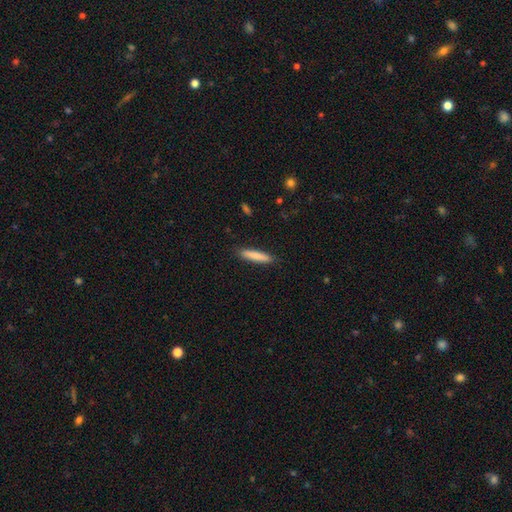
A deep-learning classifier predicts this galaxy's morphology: The model was most divided on "smooth or featured": smooth: 82%, featured or disk: 12%, star or artifact: 6%. More confident: merging — none (89%); how rounded — cigar-shaped (88%).